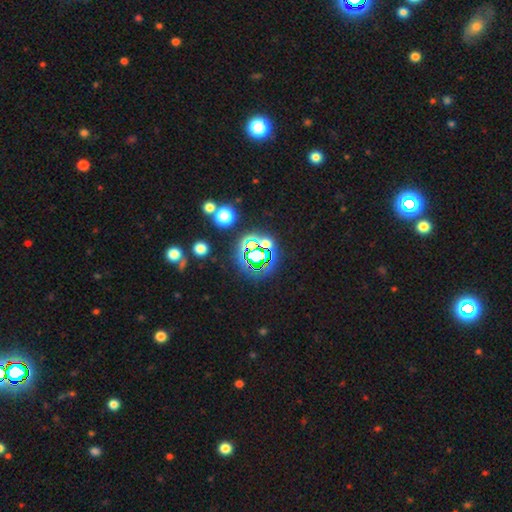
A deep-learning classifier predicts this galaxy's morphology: This is likely a star or artifact rather than a galaxy (67%).